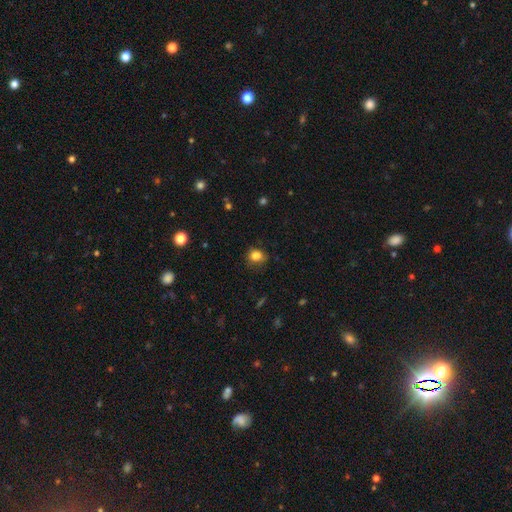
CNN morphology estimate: Smooth or featured? Predicted: smooth (p=0.82). How rounded? Predicted: round (p=0.62). Merging? Predicted: none (p=0.66).